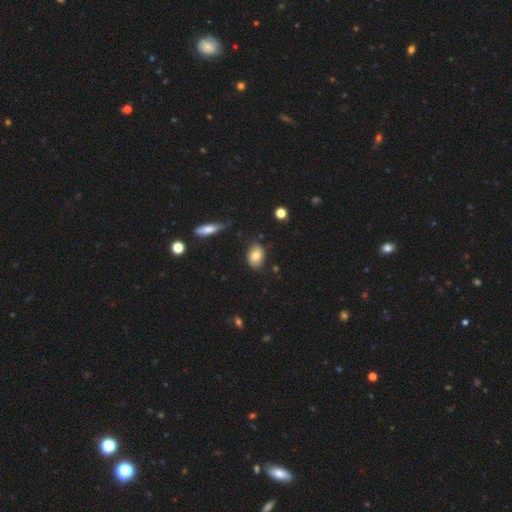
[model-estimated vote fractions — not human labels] Smooth or featured? Predicted: smooth (p=0.78). How rounded? Predicted: in between (p=0.78). Merging? Predicted: none (p=0.82).